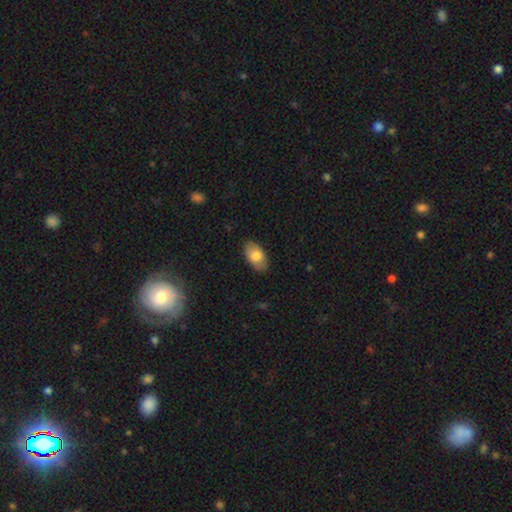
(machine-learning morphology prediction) smooth 78%, featured or disk 16%, star or artifact 7%. Down the decision tree: how rounded — in between (93%); merging — none (82%).